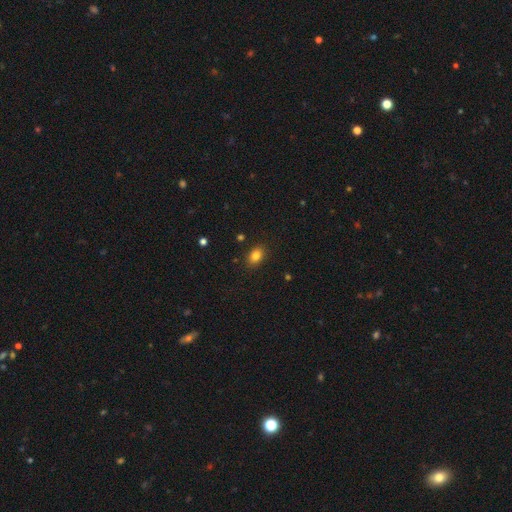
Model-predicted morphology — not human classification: Q: Smooth or featured?
A: smooth (83%); runner-up: star or artifact (11%)
Q: How rounded?
A: in between (77%); runner-up: round (22%)
Q: Merging?
A: none (87%); runner-up: minor disturbance (9%)